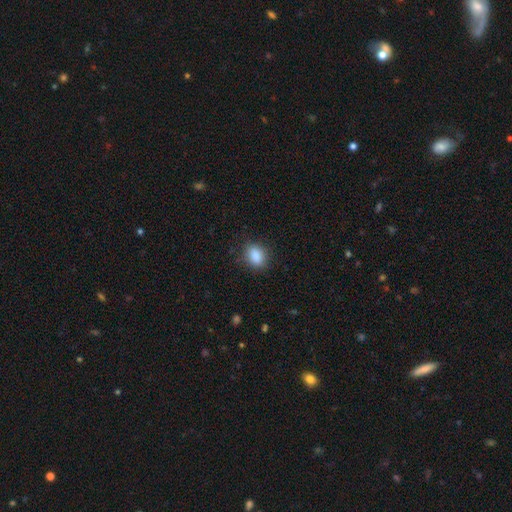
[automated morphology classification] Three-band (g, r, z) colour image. It shows a smooth galaxy with no disk features (88%) that is in between round and cigar-shaped (71%). Merging: none (83%).